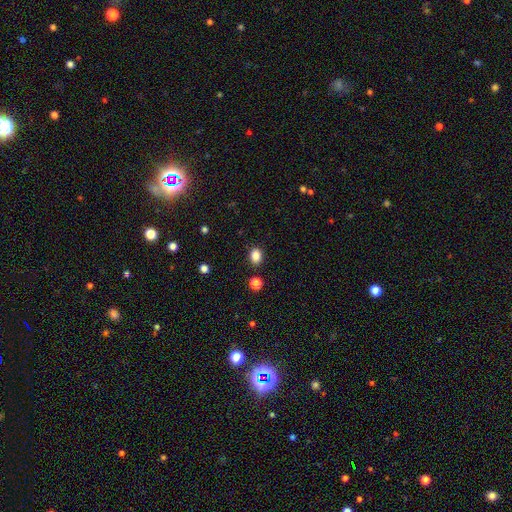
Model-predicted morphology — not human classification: smooth-or-featured: smooth: 85% | star or artifact: 11% | featured or disk: 4%
  how-rounded: in between: 56% | round: 43% | cigar-shaped: 1%
  merging: none: 87% | minor disturbance: 8% | merger: 2% | major disturbance: 2%